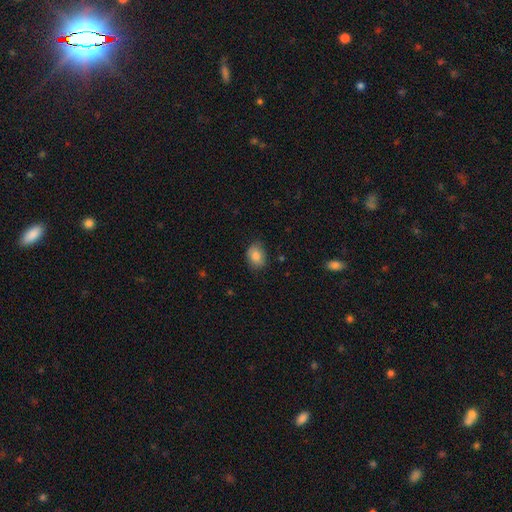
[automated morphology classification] smooth-or-featured: smooth: 85% | star or artifact: 8% | featured or disk: 7%
  how-rounded: in between: 66% | round: 33% | cigar-shaped: 1%
  merging: none: 79% | minor disturbance: 17% | major disturbance: 3% | merger: 1%